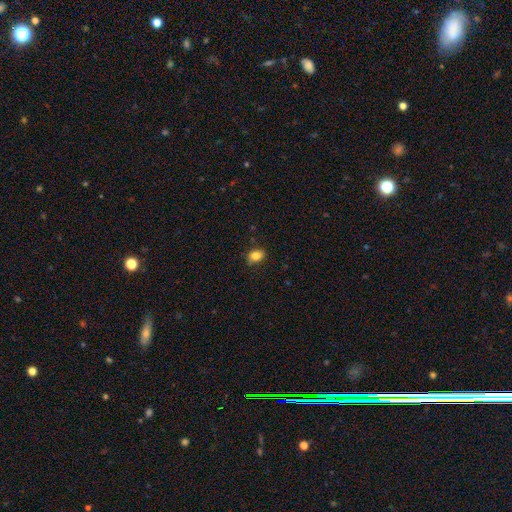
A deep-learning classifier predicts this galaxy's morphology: A smooth galaxy with no disk features (85%) that is in between round and cigar-shaped (74%).

Vote fractions:
- Smooth or featured? smooth: 85% / star or artifact: 9% / featured or disk: 6%
- How rounded? in between: 74% / round: 25% / cigar-shaped: 1%
- Merging? none: 83% / minor disturbance: 13% / major disturbance: 3% / merger: 1%